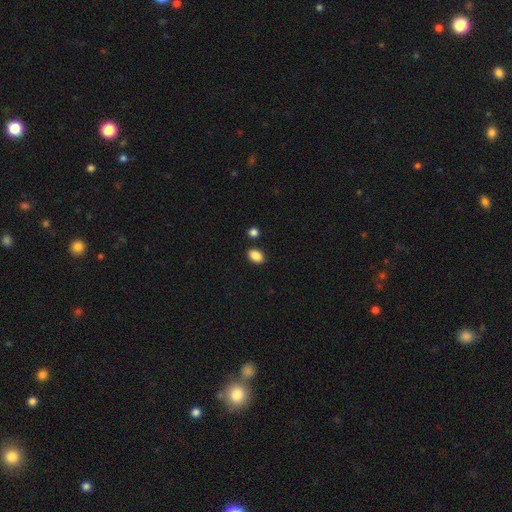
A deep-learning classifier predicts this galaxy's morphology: This appears to be a smooth galaxy with no disk features (88%) that is in between round and cigar-shaped (84%). Merging: none (85%).